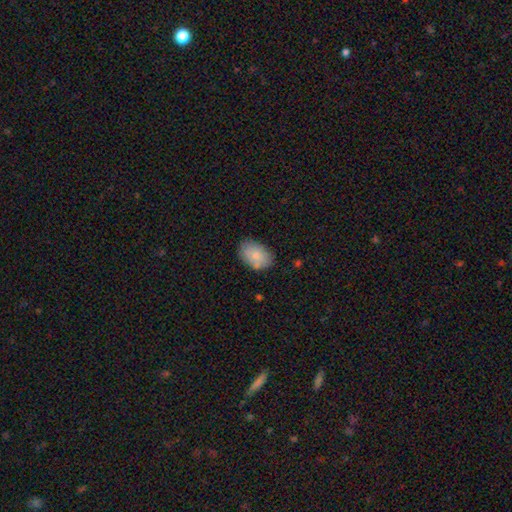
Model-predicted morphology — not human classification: Smooth or featured? Predicted: smooth (p=0.81). How rounded? Predicted: in between (p=0.88). Merging? Predicted: none (p=0.78).